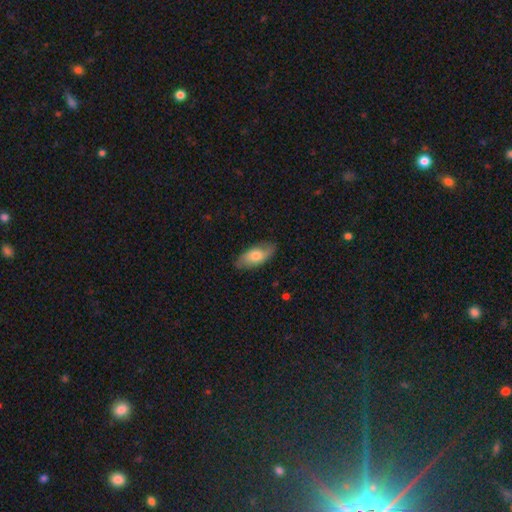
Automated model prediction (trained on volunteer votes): Smooth or featured?
  - smooth: 69% *
  - featured or disk: 25%
  - star or artifact: 6%
How rounded?
  - in between: 87% *
  - cigar-shaped: 10%
  - round: 3%
Merging?
  - none: 82% *
  - minor disturbance: 14%
  - major disturbance: 3%
  - merger: 1%